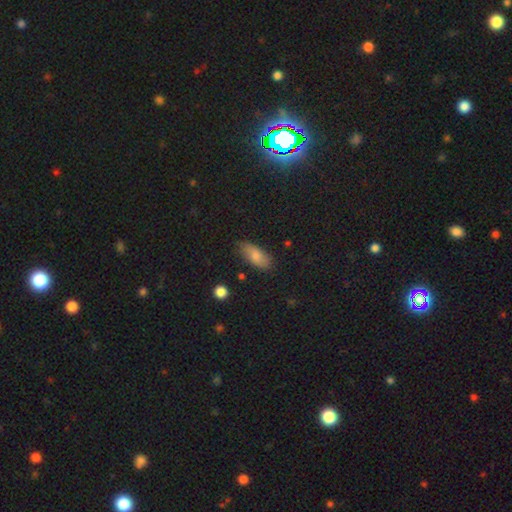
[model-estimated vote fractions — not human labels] The model was most divided on "merging": none: 78%, minor disturbance: 17%, major disturbance: 4%, merger: 2%. More confident: how rounded — in between (84%); smooth or featured — smooth (79%).